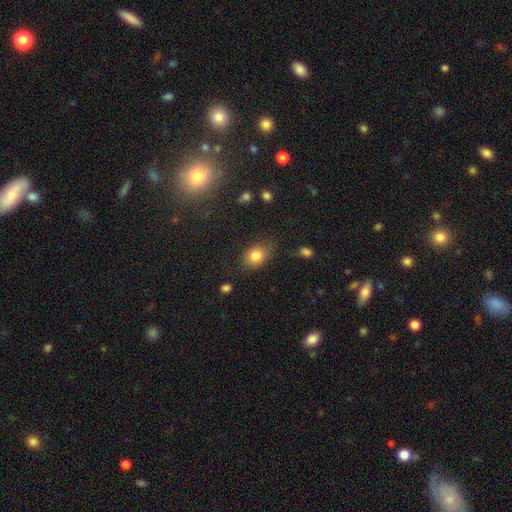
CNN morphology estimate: Overall: smooth (82%). How rounded: in between (61%; round 38%). Merging: none (68%).